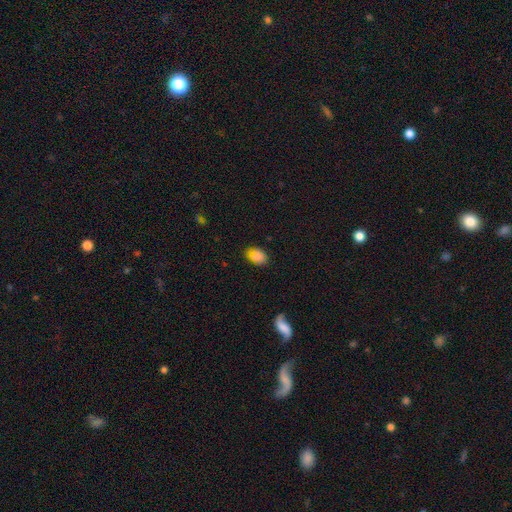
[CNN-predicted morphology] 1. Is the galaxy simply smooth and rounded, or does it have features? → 82% smooth, 9% star or artifact, 9% featured or disk.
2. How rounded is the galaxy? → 86% in between, 13% round, 1% cigar-shaped.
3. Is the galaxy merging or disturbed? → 74% none, 19% minor disturbance, 4% major disturbance, 3% merger.